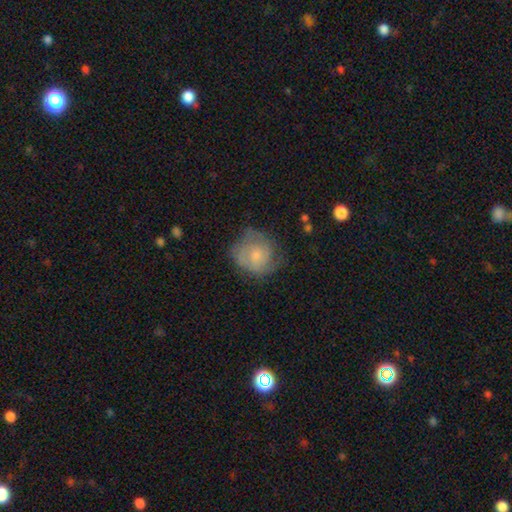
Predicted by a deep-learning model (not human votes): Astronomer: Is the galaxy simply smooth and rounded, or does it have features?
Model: smooth — 48% (runner-up: featured or disk, 45%).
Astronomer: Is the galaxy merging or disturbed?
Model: none — 54%.